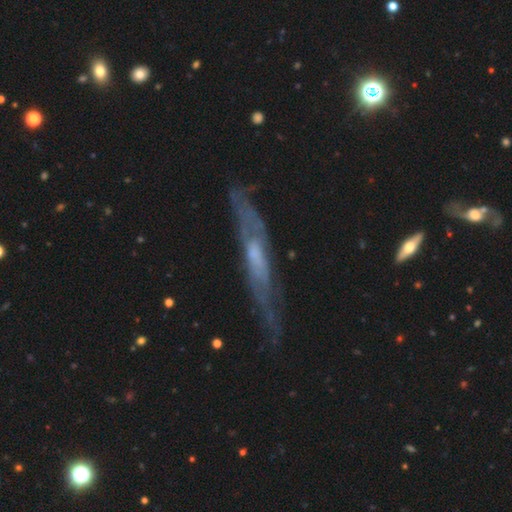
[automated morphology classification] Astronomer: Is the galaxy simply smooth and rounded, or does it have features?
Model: featured or disk — 68%.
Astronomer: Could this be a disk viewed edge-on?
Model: yes — 63%.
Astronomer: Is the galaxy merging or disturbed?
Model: none — 58%.